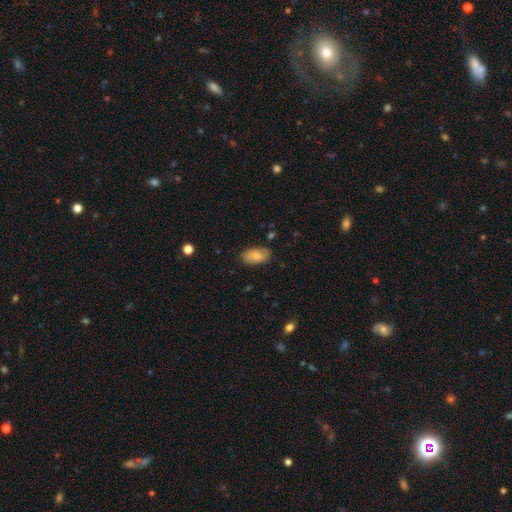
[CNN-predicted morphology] This appears to be a smooth galaxy with no disk features (84%) that is in between round and cigar-shaped (94%). Merging: none (81%).